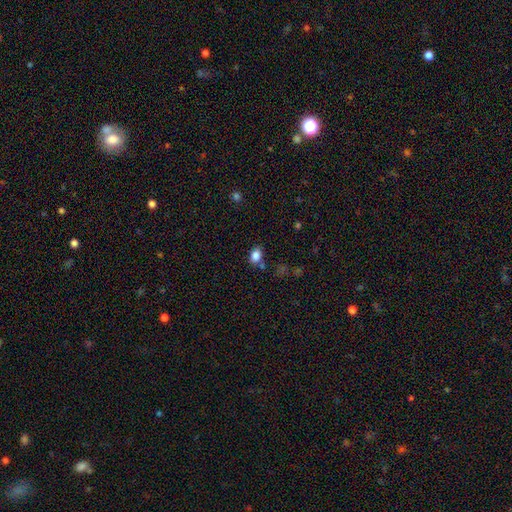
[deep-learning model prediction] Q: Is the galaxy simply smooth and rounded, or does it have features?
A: smooth — 84%.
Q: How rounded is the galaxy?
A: in between — 77%.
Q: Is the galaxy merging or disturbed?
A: none — 73%.